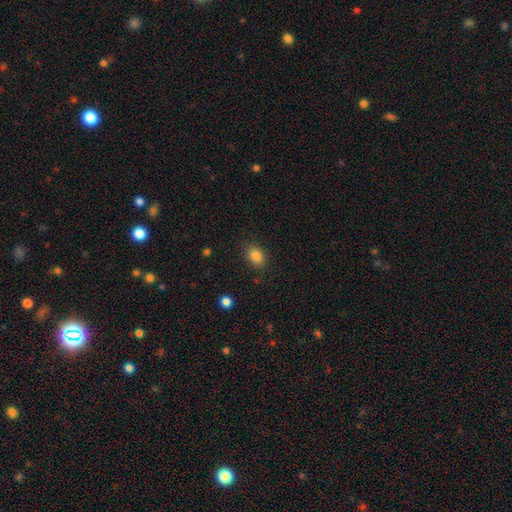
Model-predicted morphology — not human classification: type=smooth (85%); roundness=in between (65%); merging=none (85%).